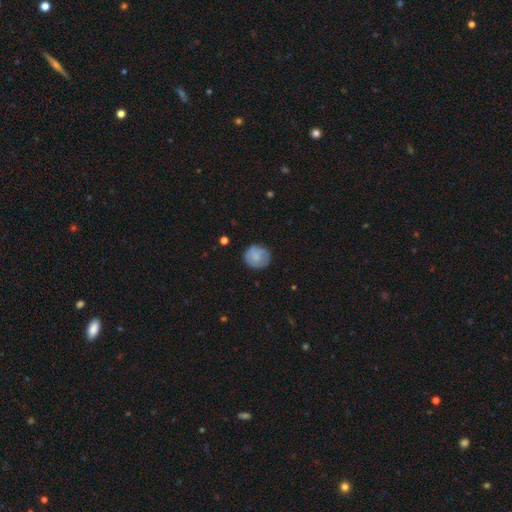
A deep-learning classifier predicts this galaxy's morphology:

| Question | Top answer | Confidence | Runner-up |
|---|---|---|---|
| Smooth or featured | smooth | 77% | featured or disk (16%) |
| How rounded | round | 90% | in between (9%) |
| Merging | none | 82% | minor disturbance (14%) |